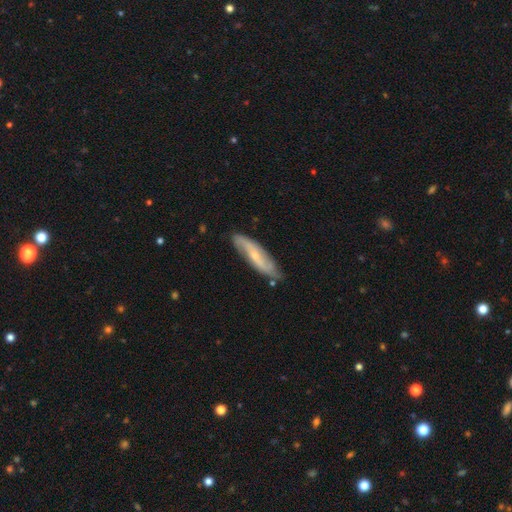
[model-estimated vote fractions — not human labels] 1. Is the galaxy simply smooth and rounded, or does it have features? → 69% featured or disk, 25% smooth, 6% star or artifact.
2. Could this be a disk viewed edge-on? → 73% no, 27% yes.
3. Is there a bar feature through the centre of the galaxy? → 47% no, 35% weak, 18% strong.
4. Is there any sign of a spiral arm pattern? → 89% yes, 11% no.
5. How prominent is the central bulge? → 73% small, 23% moderate, 3% none, 1% large, 1% dominant.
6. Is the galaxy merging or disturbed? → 78% none, 17% minor disturbance, 3% major disturbance, 2% merger.